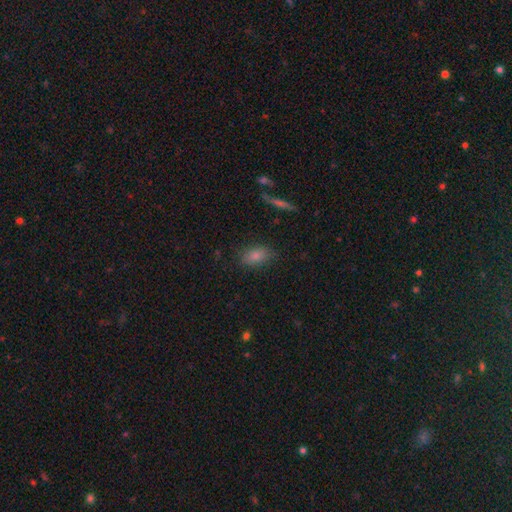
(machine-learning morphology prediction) Smooth or featured? smooth (83%)
How rounded? in between (88%)
Merging? none (82%)